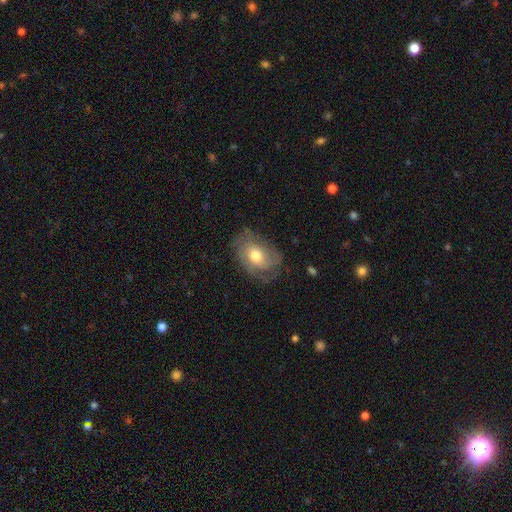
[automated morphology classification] Smooth or featured: featured or disk — 52% (smooth — 41%)
Edge-on disk: no — 95% (yes — 5%)
Merging: none — 61% (minor disturbance — 25%)